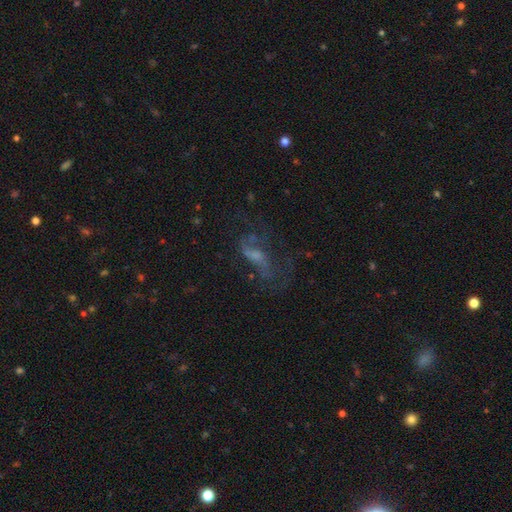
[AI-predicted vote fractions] Overall: featured or disk (57%; smooth 26%). Edge-on disk: no (92%). Bar: no (57%; weak 33%). Spiral arms: yes (52%; no 48%). Bulge size: small (37%; moderate 29%). Merging: none (40%; major disturbance 38%).